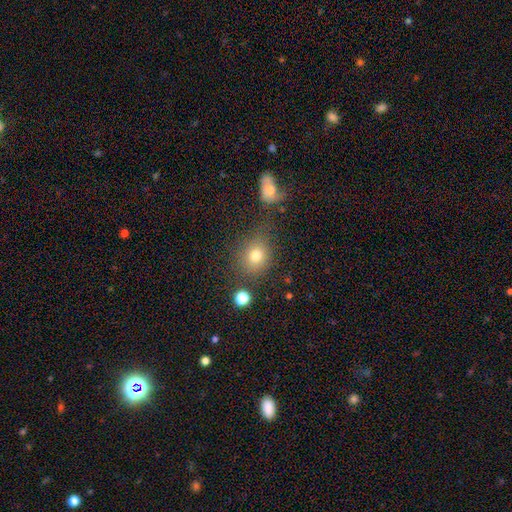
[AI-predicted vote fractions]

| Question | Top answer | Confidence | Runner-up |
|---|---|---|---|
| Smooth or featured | smooth | 76% | star or artifact (14%) |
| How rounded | round | 67% | in between (32%) |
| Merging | none | 68% | minor disturbance (14%) |